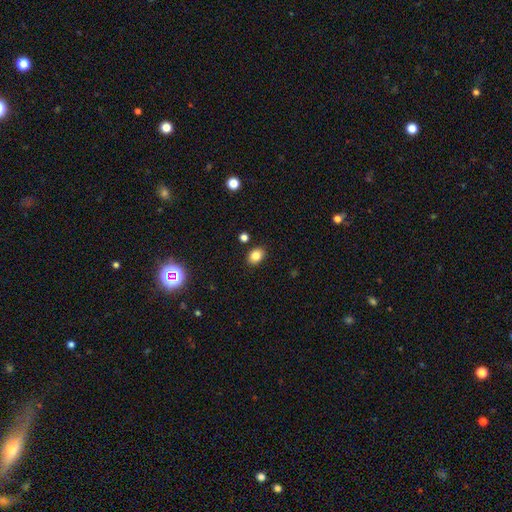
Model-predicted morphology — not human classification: Smooth or featured? Predicted: smooth (p=0.84). How rounded? Predicted: in between (p=0.65). Merging? Predicted: none (p=0.87).